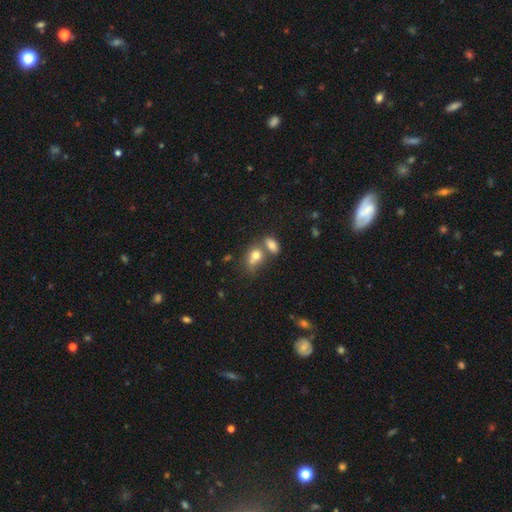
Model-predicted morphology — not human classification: Smooth or featured: smooth — 75% (featured or disk — 14%)
How rounded: in between — 64% (round — 34%)
Merging: merger — 51% (none — 30%)